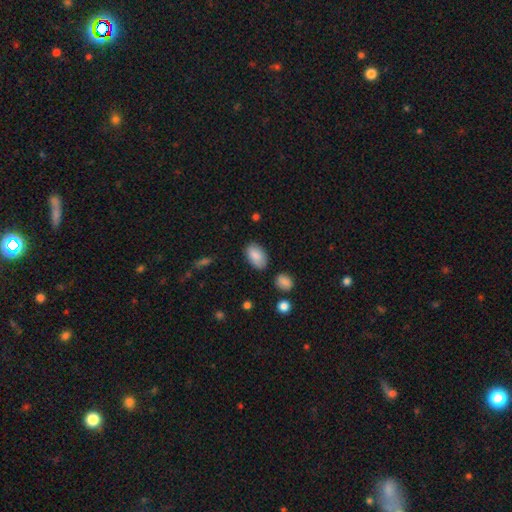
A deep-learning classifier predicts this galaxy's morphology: A smooth galaxy with no disk features (86%) that is in between round and cigar-shaped (93%).

Vote fractions:
- Smooth or featured? smooth: 86% / star or artifact: 7% / featured or disk: 7%
- How rounded? in between: 93% / round: 5% / cigar-shaped: 2%
- Merging? none: 78% / minor disturbance: 16% / major disturbance: 3% / merger: 3%